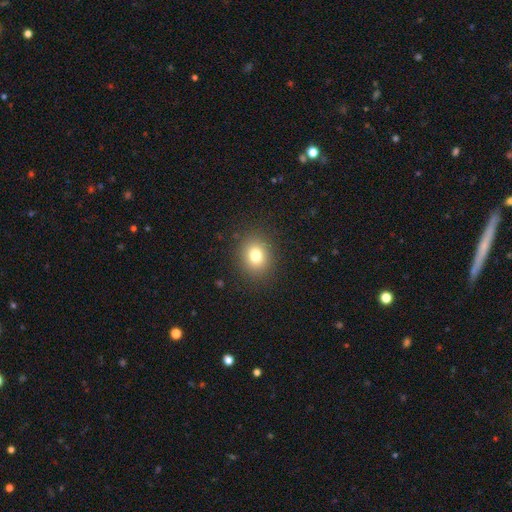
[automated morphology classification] The model was most divided on "how rounded": round: 67%, in between: 32%, cigar-shaped: 1%. More confident: merging — none (88%); smooth or featured — smooth (78%).